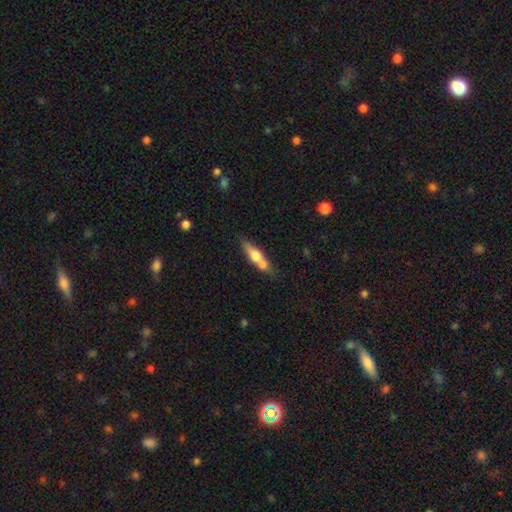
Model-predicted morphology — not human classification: smooth-or-featured: smooth: 54% | featured or disk: 39% | star or artifact: 7%
  how-rounded: cigar-shaped: 60% | in between: 35% | round: 5%
  merging: none: 43% | merger: 39% | minor disturbance: 13% | major disturbance: 5%